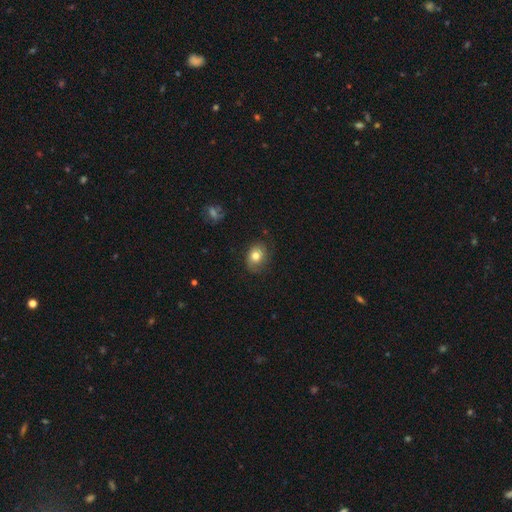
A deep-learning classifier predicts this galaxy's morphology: Smooth or featured: smooth — 73% (featured or disk — 17%)
How rounded: in between — 56% (round — 43%)
Merging: none — 71% (minor disturbance — 21%)